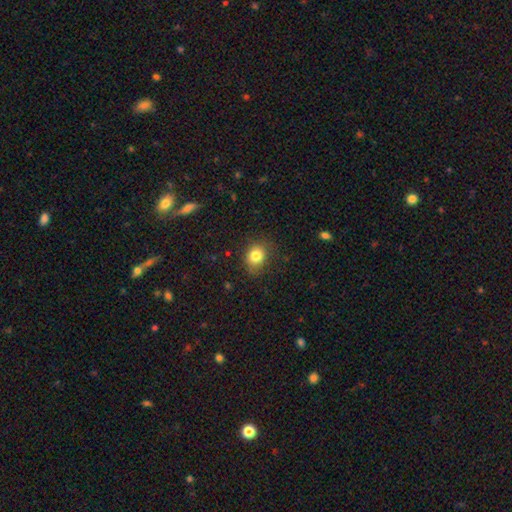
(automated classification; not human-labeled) Overall: smooth (81%). How rounded: round (61%; in between 39%). Merging: none (75%).